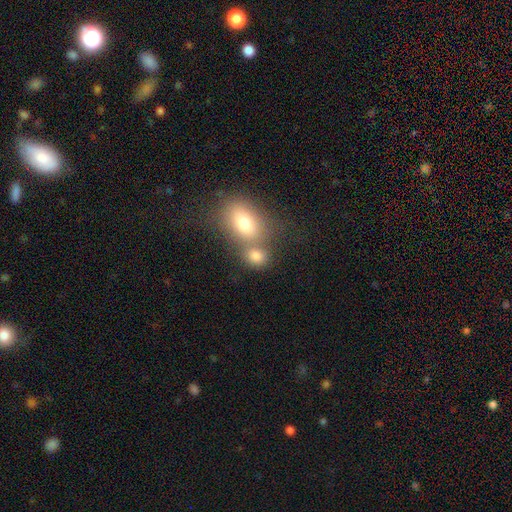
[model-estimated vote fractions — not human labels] smooth_or_featured: smooth (p=0.78) [alt: star or artifact p=0.12]
how_rounded: round (p=0.49) [tied with: in between p=0.49]
merging: none (p=0.45) [alt: merger p=0.40]